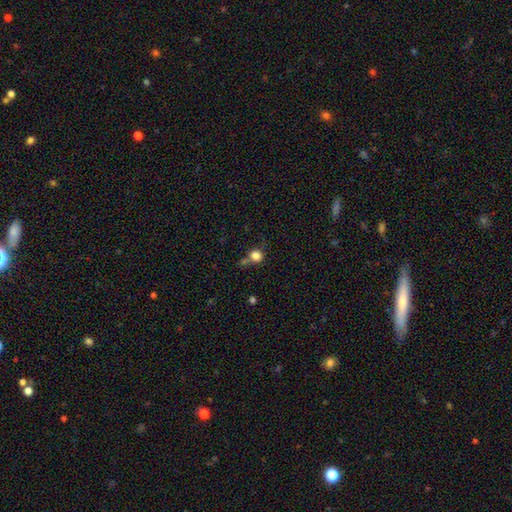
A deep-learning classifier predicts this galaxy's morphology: This is clearly a smooth galaxy (82%). How rounded: clearly round (85%). Merging: possibly none (52%).